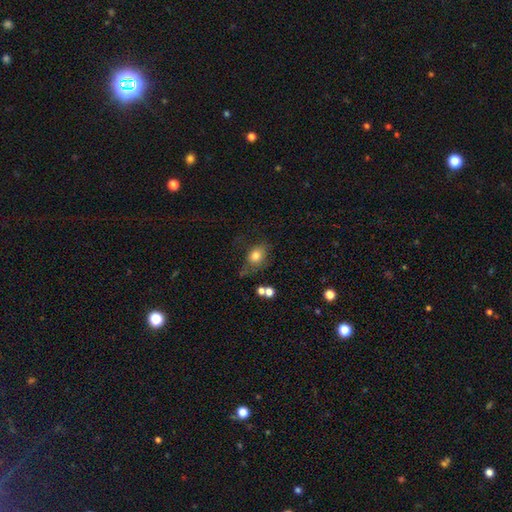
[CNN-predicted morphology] Q: Smooth or featured?
A: smooth (76%); runner-up: featured or disk (13%)
Q: How rounded?
A: in between (60%); runner-up: round (38%)
Q: Merging?
A: none (50%); runner-up: minor disturbance (27%)